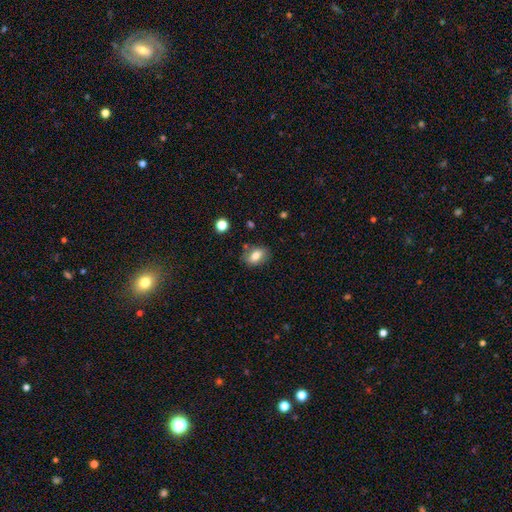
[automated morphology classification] Smooth or featured?
  - smooth: 77% *
  - featured or disk: 14%
  - star or artifact: 9%
How rounded?
  - in between: 77% *
  - round: 21%
  - cigar-shaped: 2%
Merging?
  - none: 78% *
  - minor disturbance: 14%
  - merger: 4%
  - major disturbance: 3%